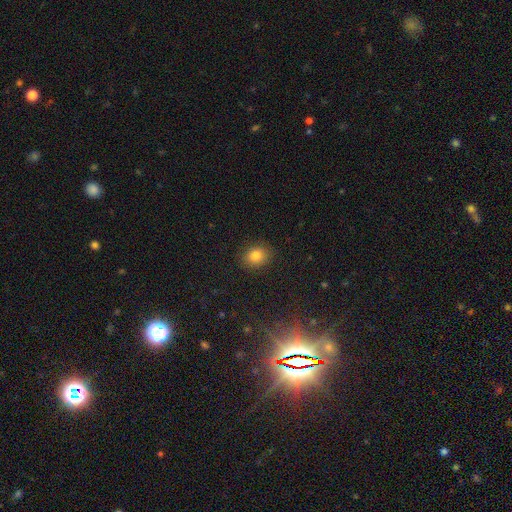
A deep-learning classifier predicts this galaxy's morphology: type=smooth (82%); roundness=round (59%); merging=none (88%).